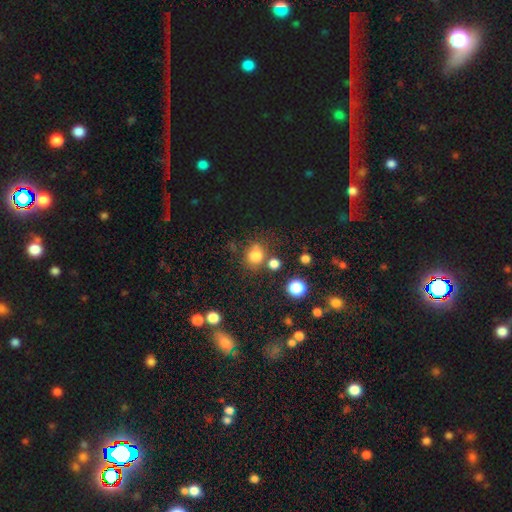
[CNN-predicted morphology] smooth 77%, star or artifact 16%, featured or disk 7%. Down the decision tree: how rounded — round (81%); merging — none (70%).